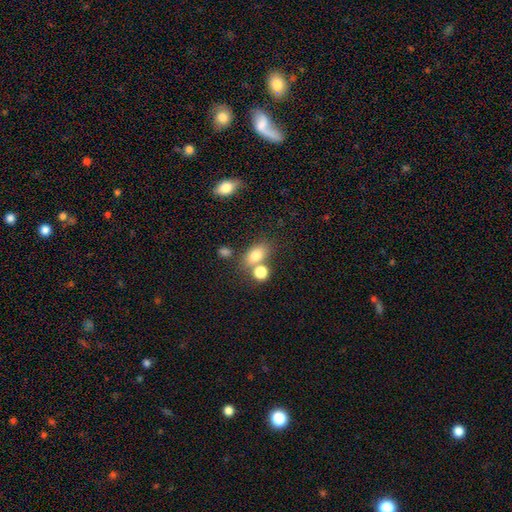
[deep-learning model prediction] Q: Smooth or featured?
A: smooth (78%); runner-up: star or artifact (11%)
Q: How rounded?
A: in between (75%); runner-up: round (22%)
Q: Merging?
A: none (54%); runner-up: merger (29%)